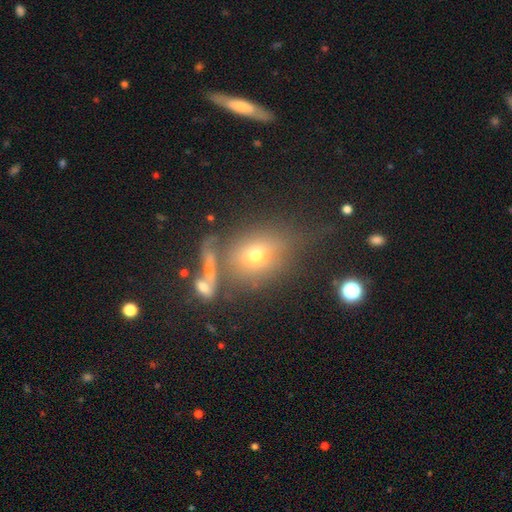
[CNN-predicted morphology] smooth-or-featured: smooth: 61% | featured or disk: 23% | star or artifact: 16%
  how-rounded: round: 55% | in between: 41% | cigar-shaped: 4%
  merging: none: 56% | merger: 16% | minor disturbance: 15% | major disturbance: 13%